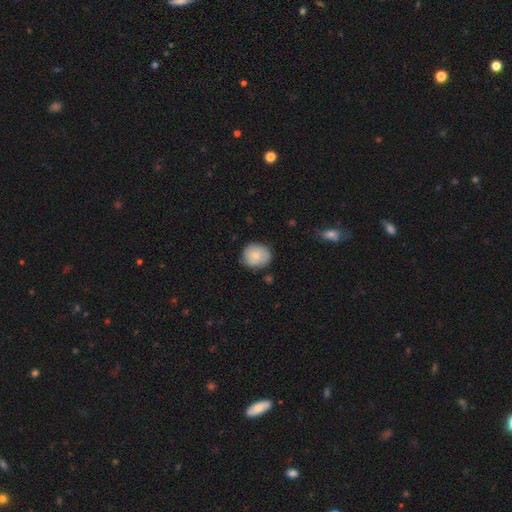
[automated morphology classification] Q: Smooth or featured?
A: smooth (80%); runner-up: featured or disk (13%)
Q: How rounded?
A: round (76%); runner-up: in between (23%)
Q: Merging?
A: none (76%); runner-up: minor disturbance (19%)